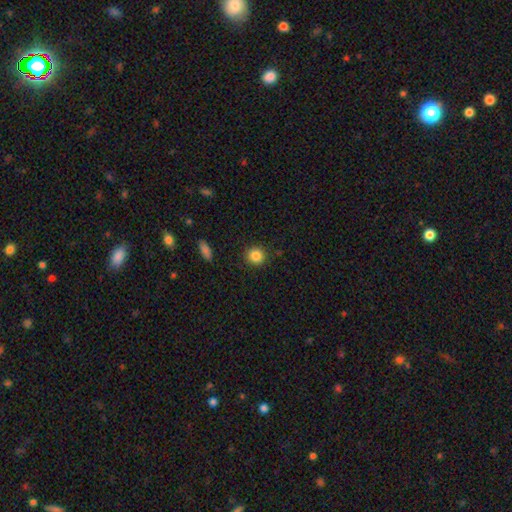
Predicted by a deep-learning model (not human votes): Smooth or featured?
  - smooth: 86% *
  - star or artifact: 10%
  - featured or disk: 4%
How rounded?
  - round: 91% *
  - in between: 8%
  - cigar-shaped: 1%
Merging?
  - none: 90% *
  - minor disturbance: 7%
  - major disturbance: 2%
  - merger: 1%